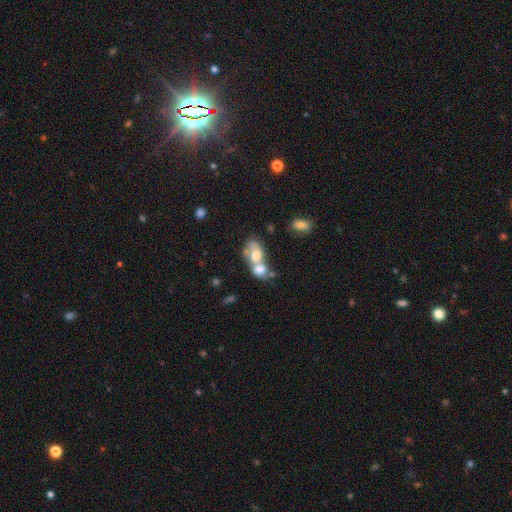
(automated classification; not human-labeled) Overall: smooth (53%; featured or disk 36%). How rounded: in between (66%; round 31%). Merging: merger (73%).